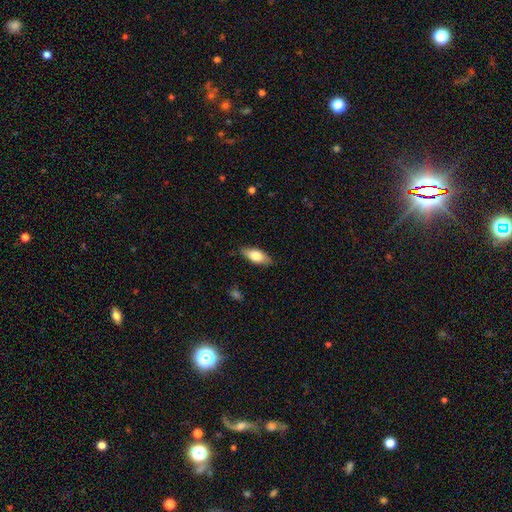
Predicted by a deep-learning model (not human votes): The model was most divided on "smooth or featured": smooth: 75%, featured or disk: 18%, star or artifact: 6%. More confident: merging — none (84%); how rounded — in between (80%).